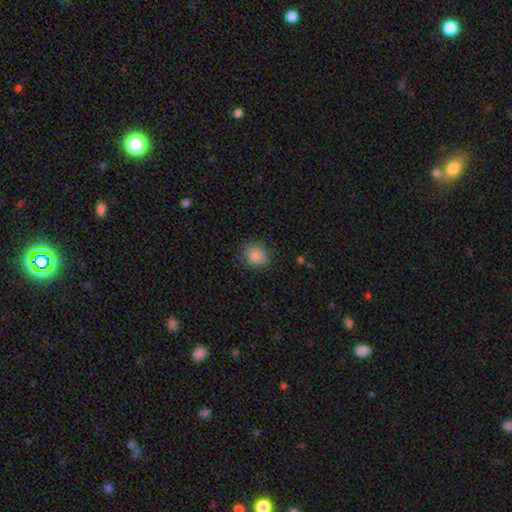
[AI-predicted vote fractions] This appears to be a smooth galaxy with no disk features (87%) that is round (86%). Merging: none (86%).